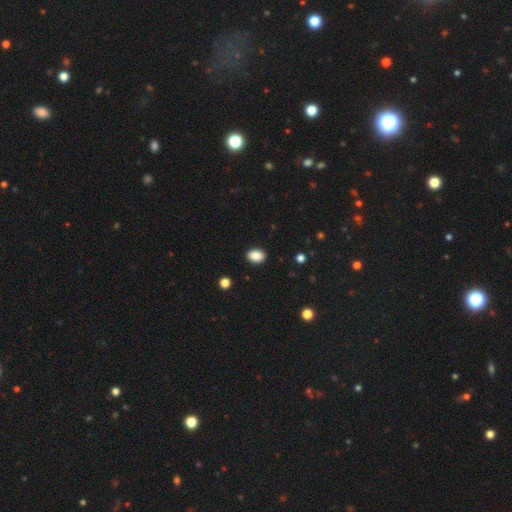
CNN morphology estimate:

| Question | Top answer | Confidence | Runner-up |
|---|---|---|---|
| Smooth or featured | smooth | 89% | star or artifact (8%) |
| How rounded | in between | 79% | round (20%) |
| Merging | none | 90% | minor disturbance (7%) |